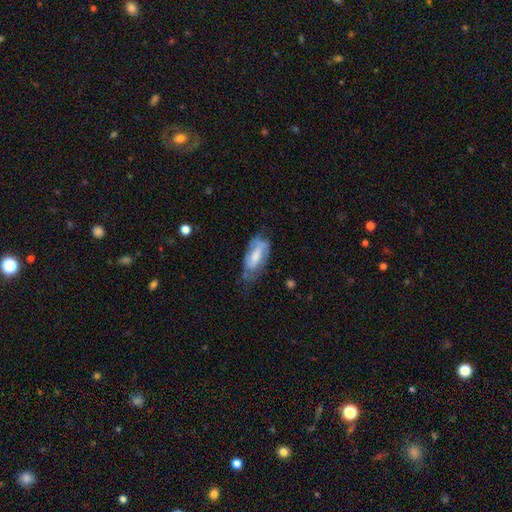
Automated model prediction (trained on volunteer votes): The model was most divided on "merging": none: 46%, minor disturbance: 34%, major disturbance: 18%, merger: 3%. More confident: edge-on disk — no (88%); smooth or featured — featured or disk (53%).